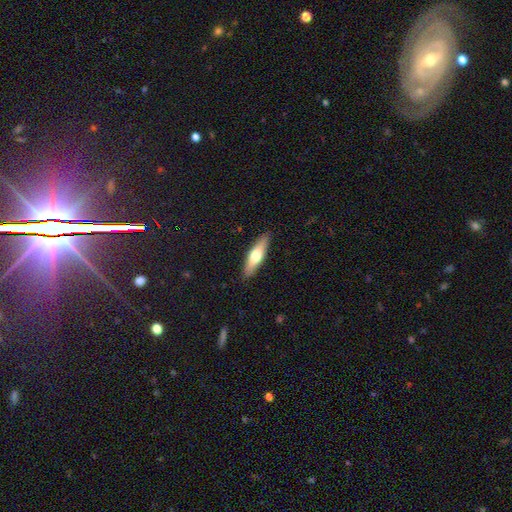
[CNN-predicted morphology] Smooth or featured?
  - smooth: 58% *
  - featured or disk: 37%
  - star or artifact: 5%
How rounded?
  - cigar-shaped: 62% *
  - in between: 36%
  - round: 2%
Merging?
  - none: 89% *
  - minor disturbance: 8%
  - major disturbance: 2%
  - merger: 1%